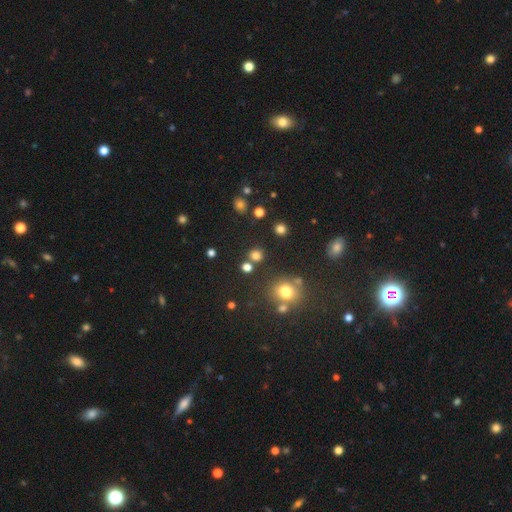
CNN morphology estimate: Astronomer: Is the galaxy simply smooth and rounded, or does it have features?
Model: smooth — 73%.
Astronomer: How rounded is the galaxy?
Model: round — 86%.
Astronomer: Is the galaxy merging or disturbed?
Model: none — 77%.